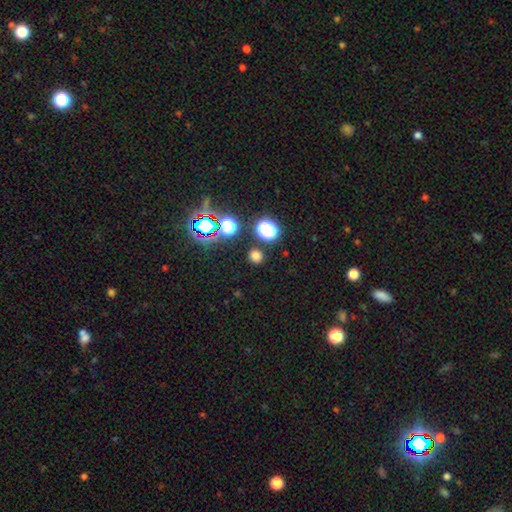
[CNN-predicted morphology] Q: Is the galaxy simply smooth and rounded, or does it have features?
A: smooth — 69%.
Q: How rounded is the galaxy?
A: round — 87%.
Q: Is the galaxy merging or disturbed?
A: none — 86%.